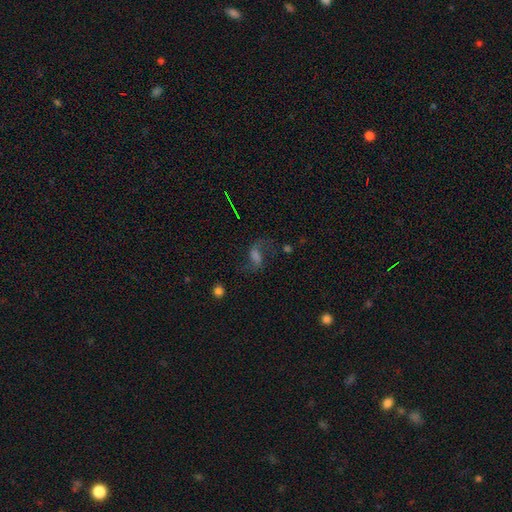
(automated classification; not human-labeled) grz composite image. It shows a featured or disk galaxy (58%) with a weak bar (48%), spiral arms (90%) and a moderate central bulge (30%). Merging: none (65%).